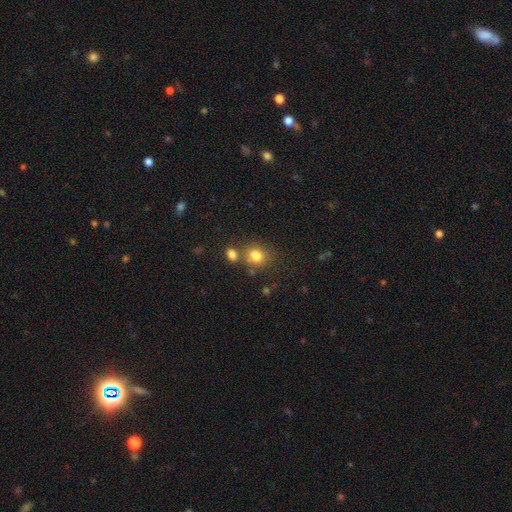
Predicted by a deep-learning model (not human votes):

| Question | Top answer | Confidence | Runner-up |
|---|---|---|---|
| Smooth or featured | smooth | 80% | star or artifact (12%) |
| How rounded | round | 67% | in between (32%) |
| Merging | none | 63% | merger (21%) |